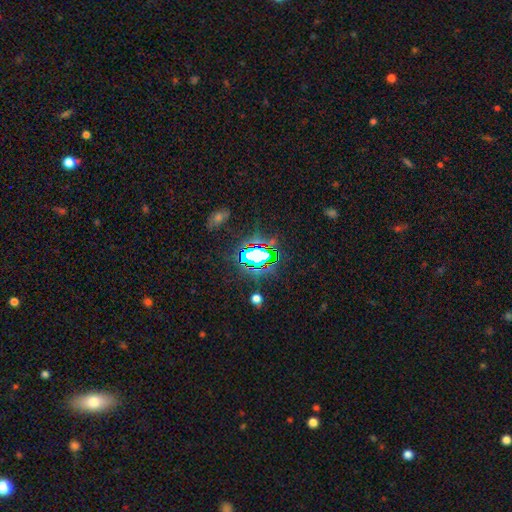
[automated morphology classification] smooth_or_featured: star or artifact (p=0.67) [alt: smooth p=0.20]